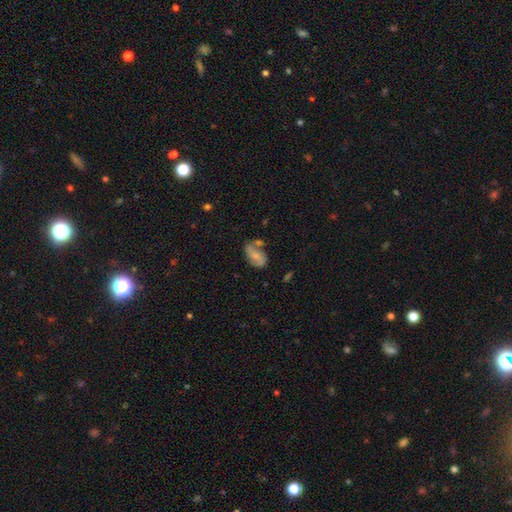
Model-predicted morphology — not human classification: This appears to be a smooth galaxy with no disk features (48%). Merging: none (44%).